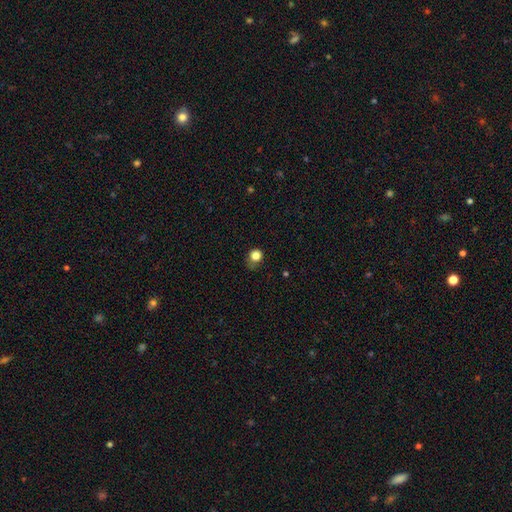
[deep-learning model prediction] smooth 82%, star or artifact 12%, featured or disk 6%. Down the decision tree: how rounded — round (79%); merging — none (58%).